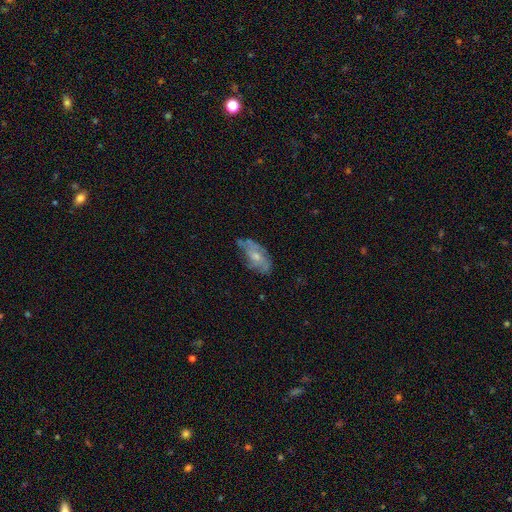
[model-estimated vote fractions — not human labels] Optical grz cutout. It shows a featured or disk galaxy (56%) with no bar (72%), spiral arms (64%) and a moderate central bulge (49%). Merging: none (51%).